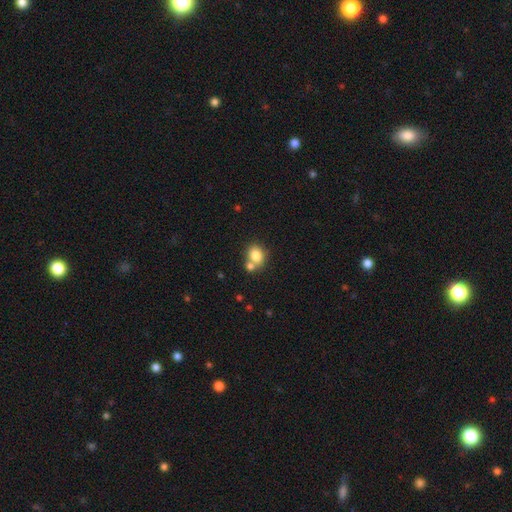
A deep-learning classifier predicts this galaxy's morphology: smooth_or_featured: smooth (p=0.81) [alt: star or artifact p=0.10]
how_rounded: round (p=0.55) [alt: in between p=0.44]
merging: none (p=0.53) [alt: merger p=0.32]